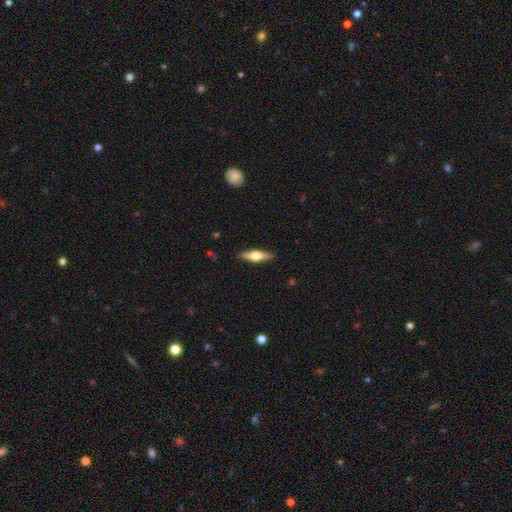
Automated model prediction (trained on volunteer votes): Smooth or featured? Predicted: featured or disk (p=0.54). Edge-on disk? Predicted: yes (p=0.94). Edge-on bulge? Predicted: rounded (p=0.94). Merging? Predicted: none (p=0.90).